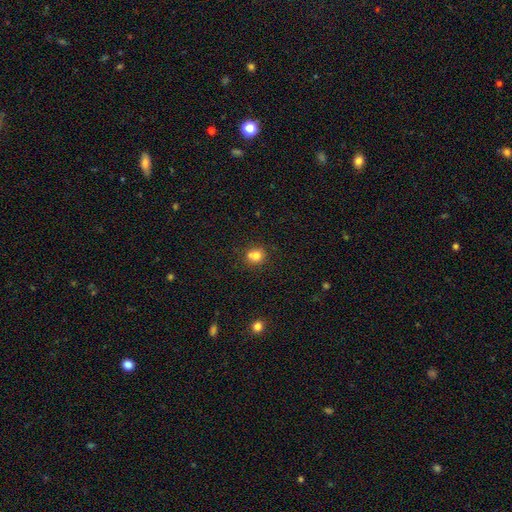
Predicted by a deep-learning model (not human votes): A smooth galaxy with no disk features (76%) that is round (77%). Merging: none (55%).